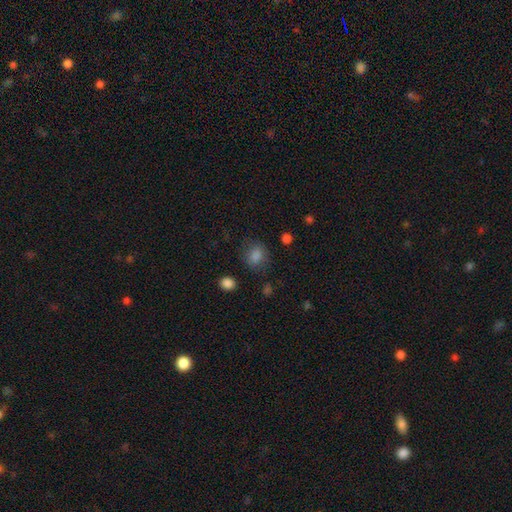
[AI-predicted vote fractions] Smooth or featured? Predicted: smooth (p=0.83). How rounded? Predicted: round (p=0.62). Merging? Predicted: none (p=0.79).